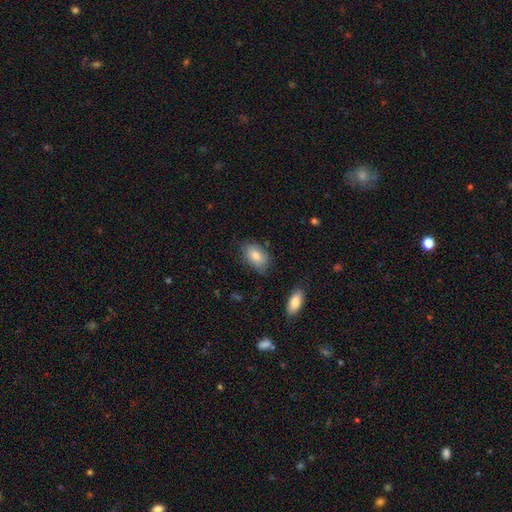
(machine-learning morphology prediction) Smooth or featured? Predicted: smooth (p=0.79). How rounded? Predicted: in between (p=0.90). Merging? Predicted: none (p=0.73).